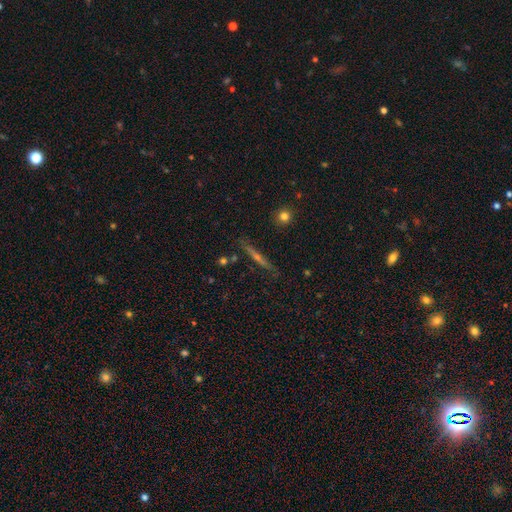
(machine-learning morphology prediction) A featured or disk galaxy (62%) viewed edge-on (94%) with a rounded central bulge (53%). Merging: none (85%).